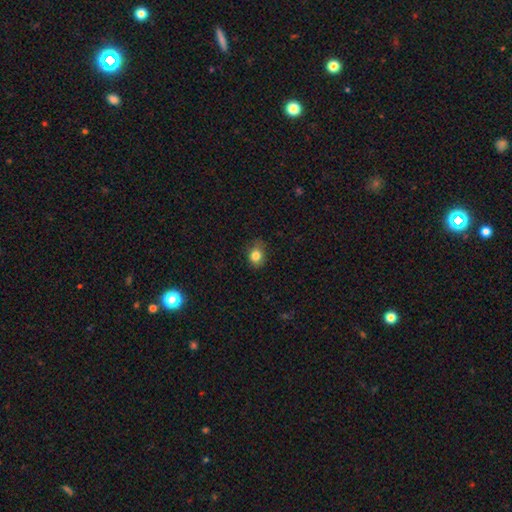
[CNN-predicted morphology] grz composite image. It shows a smooth galaxy with no disk features (83%) that is round (58%). Merging: none (73%).